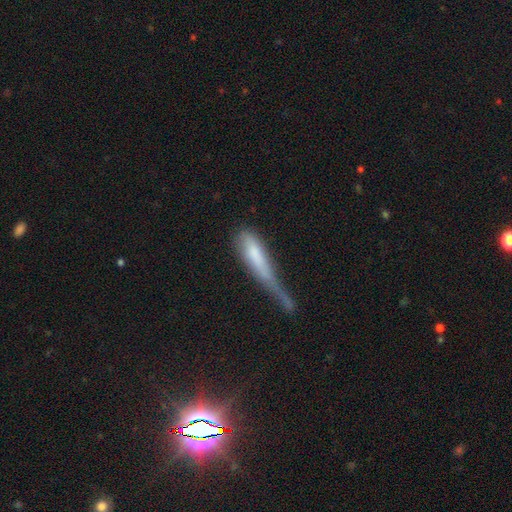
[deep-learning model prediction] This appears to be a smooth galaxy with no disk features (67%) that is cigar-shaped (75%). Merging: major disturbance (40%).